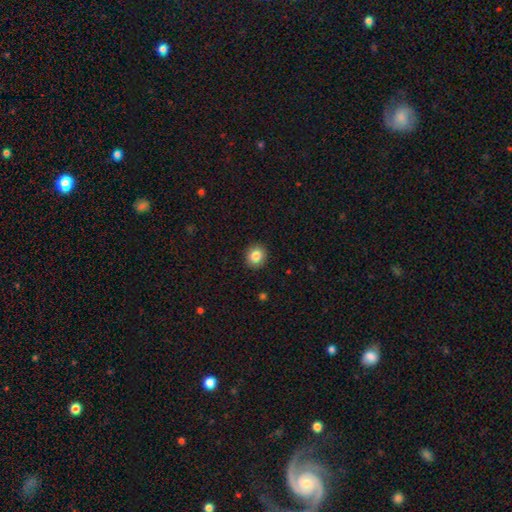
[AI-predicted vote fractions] Morphology: type=smooth (85%); roundness=round (81%); merging=none (91%).